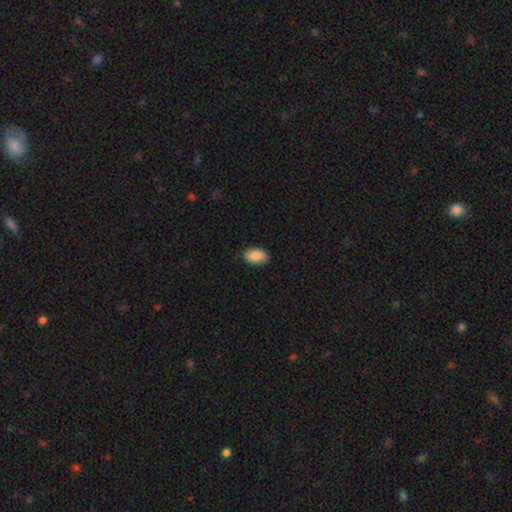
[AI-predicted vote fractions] Overall: smooth (89%). How rounded: in between (91%). Merging: none (86%).